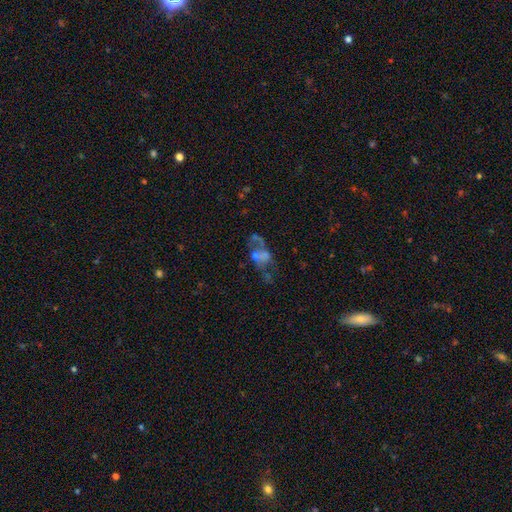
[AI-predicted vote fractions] Q: Smooth or featured?
A: featured or disk (50%); runner-up: star or artifact (27%)
Q: Edge-on disk?
A: no (94%); runner-up: yes (6%)
Q: Merging?
A: none (39%); runner-up: major disturbance (26%)